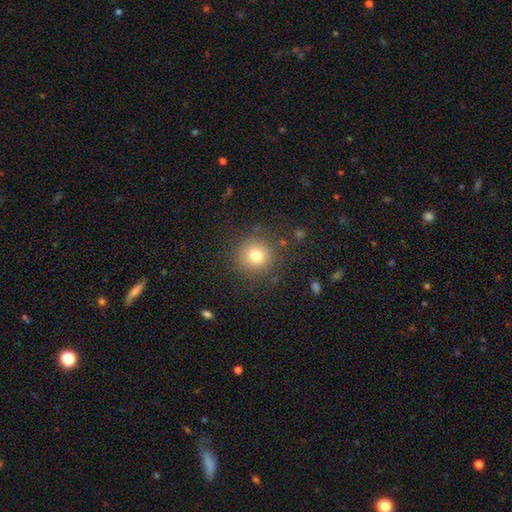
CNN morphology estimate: Smooth or featured?
  - smooth: 76% *
  - star or artifact: 14%
  - featured or disk: 10%
How rounded?
  - round: 94% *
  - in between: 5%
  - cigar-shaped: 1%
Merging?
  - none: 86% *
  - minor disturbance: 8%
  - major disturbance: 4%
  - merger: 2%